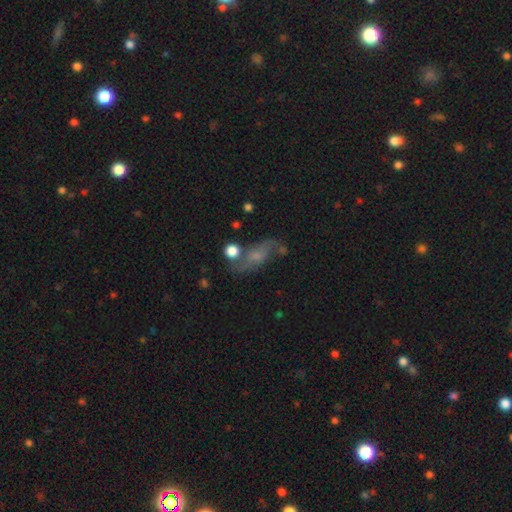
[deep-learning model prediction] smooth_or_featured: featured or disk (p=0.56) [alt: smooth p=0.30]
disk_edge_on: no (p=0.88) [alt: yes p=0.12]
merging: none (p=0.56) [alt: minor disturbance p=0.21]